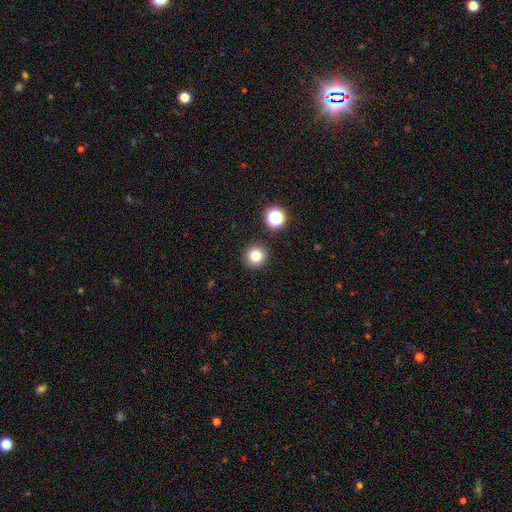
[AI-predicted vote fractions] Q: Smooth or featured?
A: smooth (79%); runner-up: star or artifact (14%)
Q: How rounded?
A: round (95%); runner-up: in between (4%)
Q: Merging?
A: none (91%); runner-up: minor disturbance (5%)